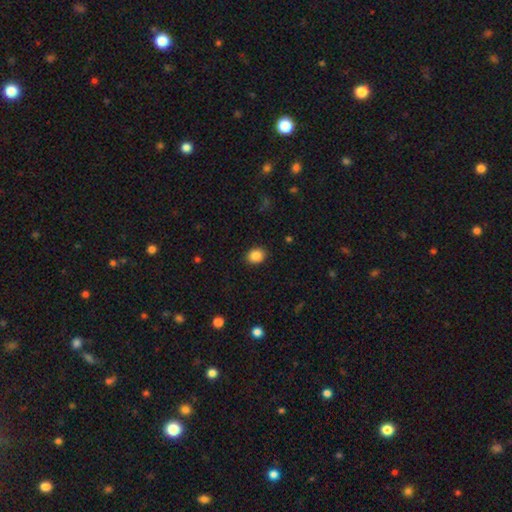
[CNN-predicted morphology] The model was most divided on "how rounded": round: 52%, in between: 47%, cigar-shaped: 1%. More confident: merging — none (89%); smooth or featured — smooth (87%).